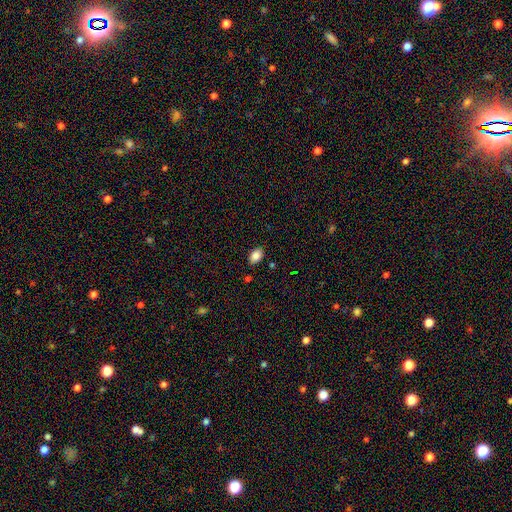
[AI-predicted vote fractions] This appears to be a smooth galaxy with no disk features (87%) that is in between round and cigar-shaped (87%). Merging: none (85%).